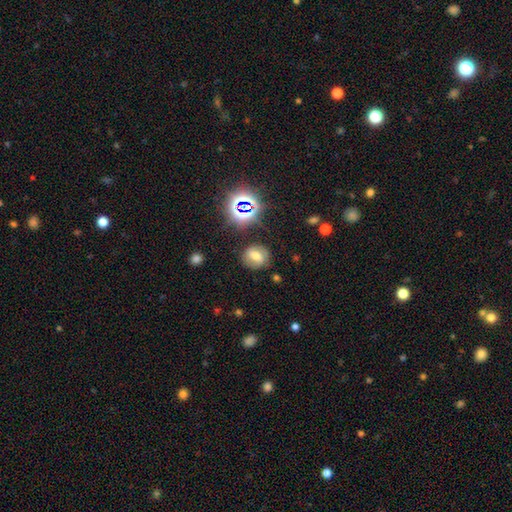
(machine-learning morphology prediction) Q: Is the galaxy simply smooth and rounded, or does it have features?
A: smooth — 46%.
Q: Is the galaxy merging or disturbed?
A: none — 78%.